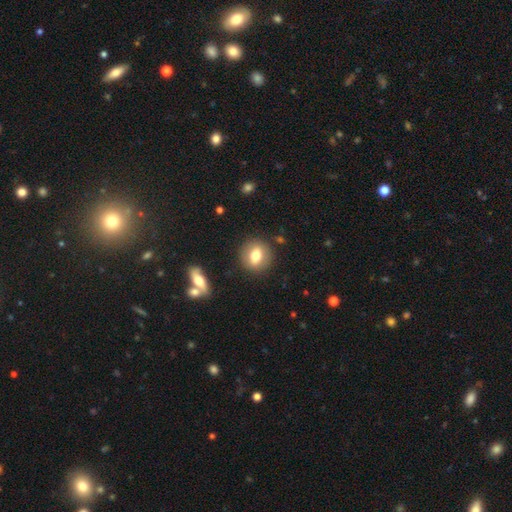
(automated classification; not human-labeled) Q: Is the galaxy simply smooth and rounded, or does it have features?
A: smooth — 72%.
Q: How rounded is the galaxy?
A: round — 70%.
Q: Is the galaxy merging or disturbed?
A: none — 87%.